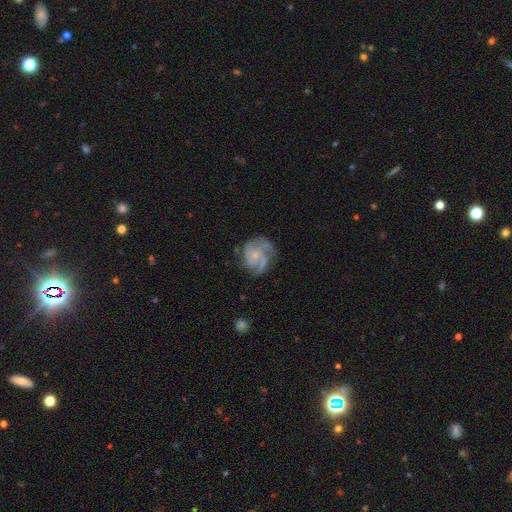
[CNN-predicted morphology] The model was most divided on "spiral winding": medium: 43%, tight: 41%, loose: 16%. Remaining: edge-on disk — no (98%); spiral arms — yes (91%); smooth or featured — featured or disk (77%); bar — no (77%); bulge size — small (70%); merging — none (63%); spiral arm count — 3 (37%).